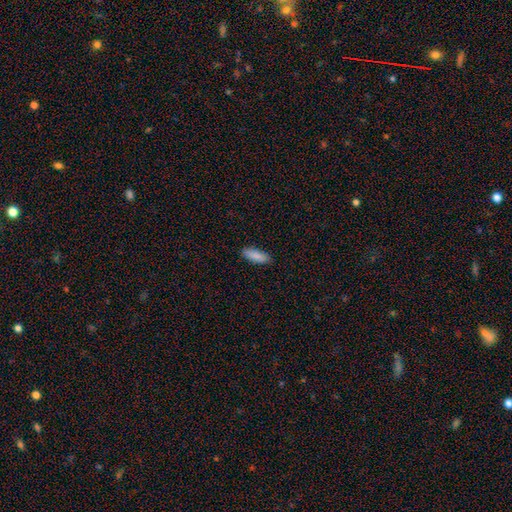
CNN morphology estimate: The model was most divided on "how rounded": in between: 64%, cigar-shaped: 34%, round: 2%. More confident: merging — none (89%); smooth or featured — smooth (88%).